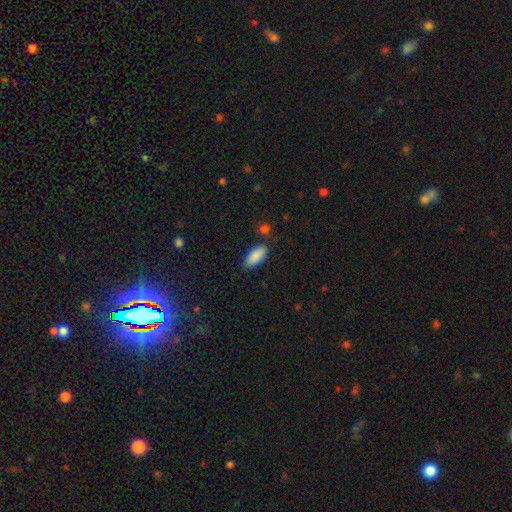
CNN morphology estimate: A smooth galaxy with no disk features (89%) that is in between round and cigar-shaped (87%). Merging: none (81%).